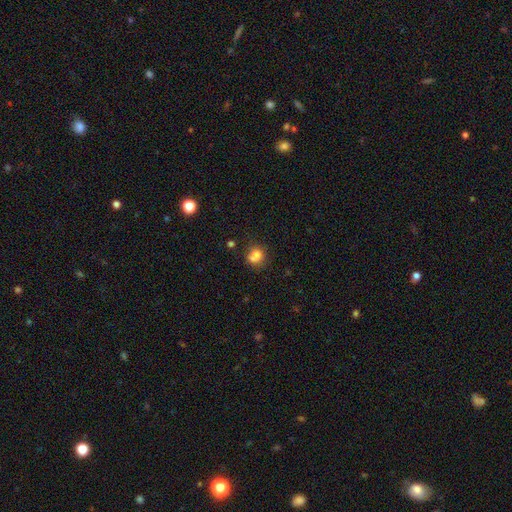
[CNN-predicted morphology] smooth 74%, featured or disk 14%, star or artifact 12%. Down the decision tree: how rounded — round (71%); merging — none (41%).